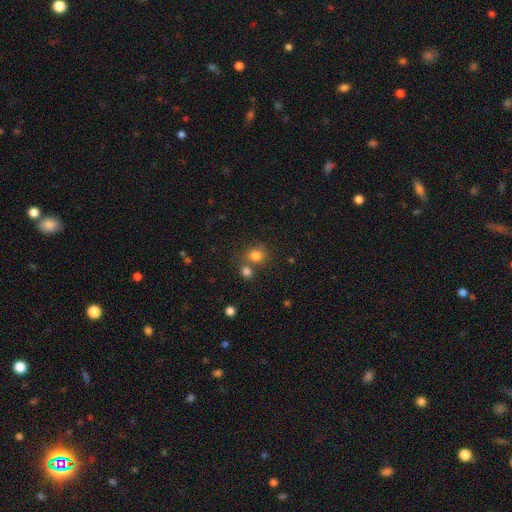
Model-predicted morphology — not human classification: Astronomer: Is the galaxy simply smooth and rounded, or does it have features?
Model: smooth — 80%.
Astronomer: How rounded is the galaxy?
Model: round — 68%.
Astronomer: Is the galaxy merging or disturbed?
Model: none — 56%.